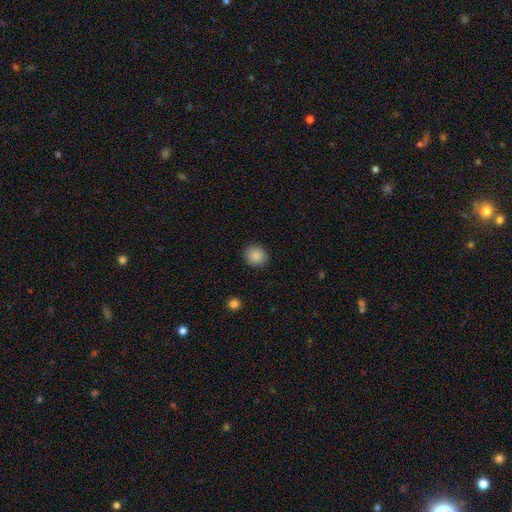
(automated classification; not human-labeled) A smooth galaxy with no disk features (88%) that is round (84%). Merging: none (91%).